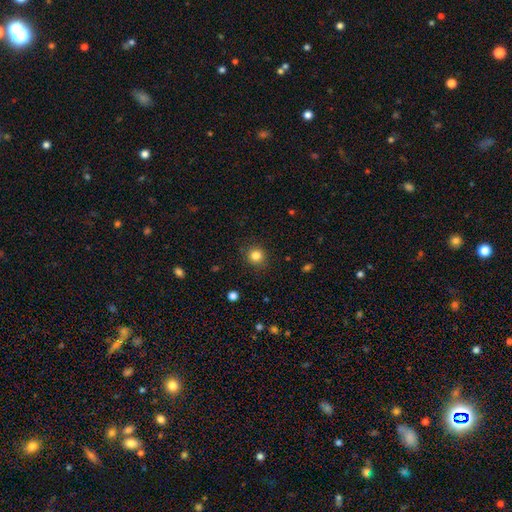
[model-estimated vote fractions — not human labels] Q: Smooth or featured?
A: smooth (83%); runner-up: star or artifact (12%)
Q: How rounded?
A: round (91%); runner-up: in between (8%)
Q: Merging?
A: none (88%); runner-up: minor disturbance (8%)